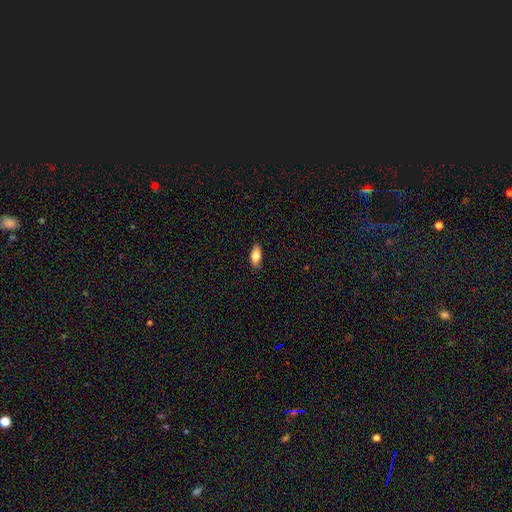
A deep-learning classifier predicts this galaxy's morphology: type=smooth (77%); roundness=in between (82%); merging=none (86%).